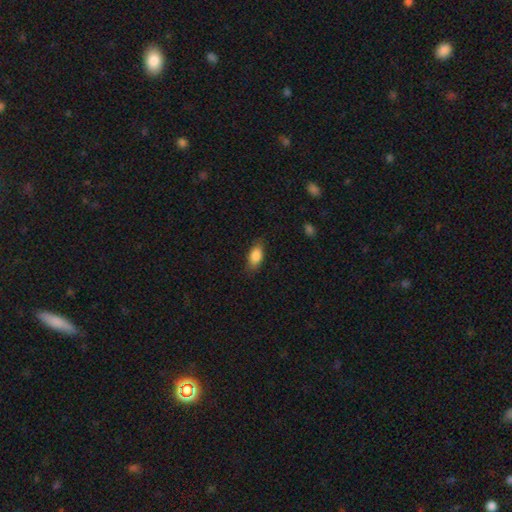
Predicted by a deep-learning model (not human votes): smooth_or_featured: smooth (p=0.85) [alt: featured or disk p=0.08]
how_rounded: in between (p=0.88) [alt: cigar-shaped p=0.07]
merging: none (p=0.81) [alt: minor disturbance p=0.14]